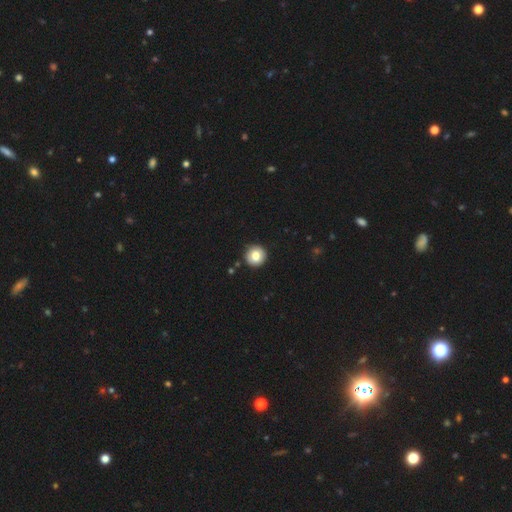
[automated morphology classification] The model was most divided on "smooth or featured": smooth: 80%, featured or disk: 11%, star or artifact: 9%. More confident: how rounded — round (95%); merging — none (91%).